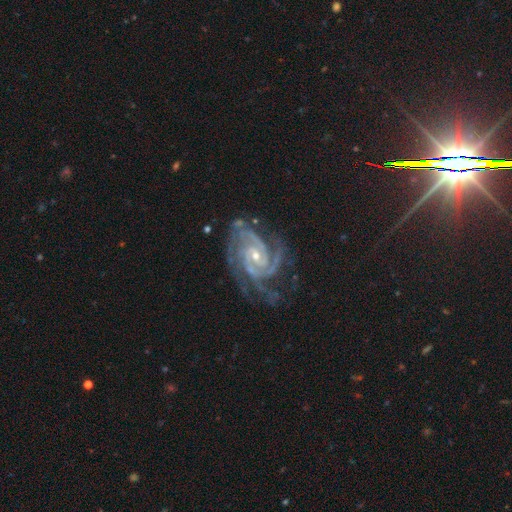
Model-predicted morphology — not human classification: Smooth or featured? featured or disk (93%)
Edge-on disk? no (98%)
Bar? no (50%)
Spiral arms? yes (99%)
Spiral winding? tight (67%)
Spiral arm count? 3 (38%)
Bulge size? small (66%)
Merging? none (64%)